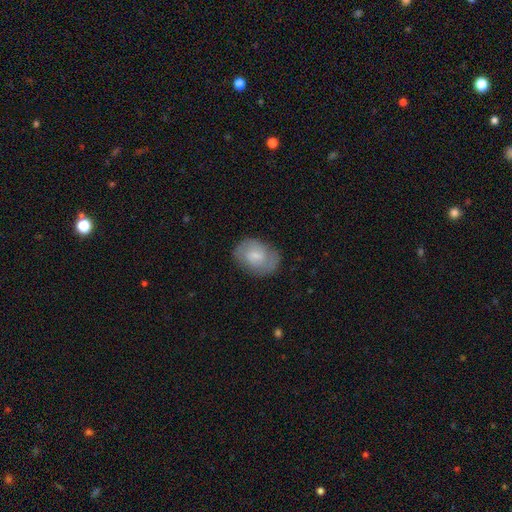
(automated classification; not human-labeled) Smooth or featured? smooth (56%)
How rounded? in between (78%)
Merging? none (75%)